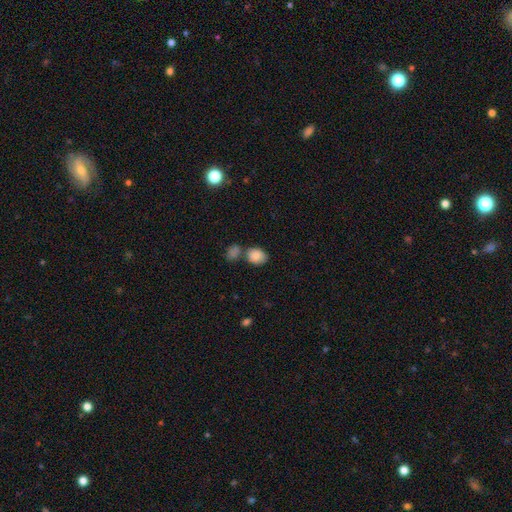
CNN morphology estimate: Smooth or featured? smooth (85%)
How rounded? in between (66%)
Merging? none (48%)